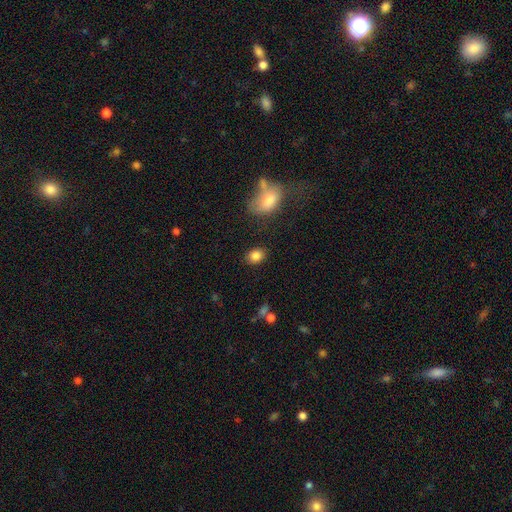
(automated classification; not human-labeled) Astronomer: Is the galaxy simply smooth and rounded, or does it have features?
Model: smooth — 85%.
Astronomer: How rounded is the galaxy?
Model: in between — 62% (runner-up: round, 37%).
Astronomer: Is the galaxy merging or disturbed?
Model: none — 85%.